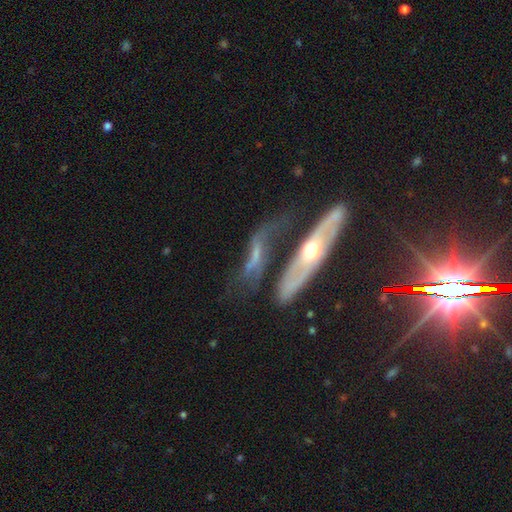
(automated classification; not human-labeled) Overall: featured or disk (69%). Edge-on disk: no (59%; yes 41%). Merging: none (38%; major disturbance 21%).